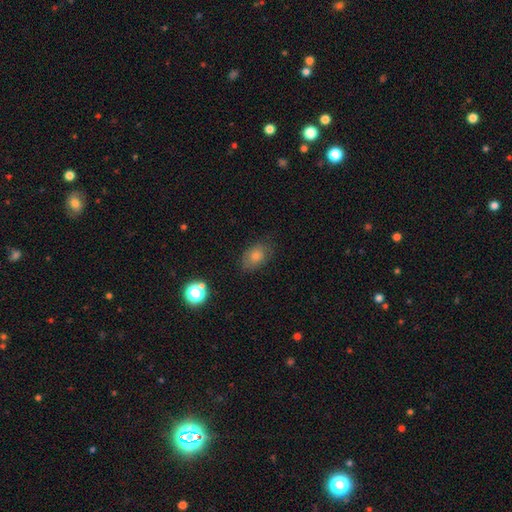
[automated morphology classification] The model was most divided on "smooth or featured": smooth: 71%, star or artifact: 17%, featured or disk: 12%. More confident: merging — none (80%); how rounded — in between (78%).